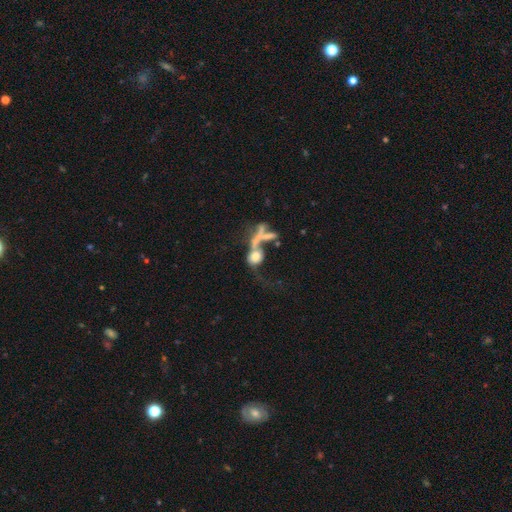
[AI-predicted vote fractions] The model was most divided on "smooth or featured": smooth: 50%, featured or disk: 35%, star or artifact: 14%. Remaining: how rounded — round (52%); merging — merger (48%).